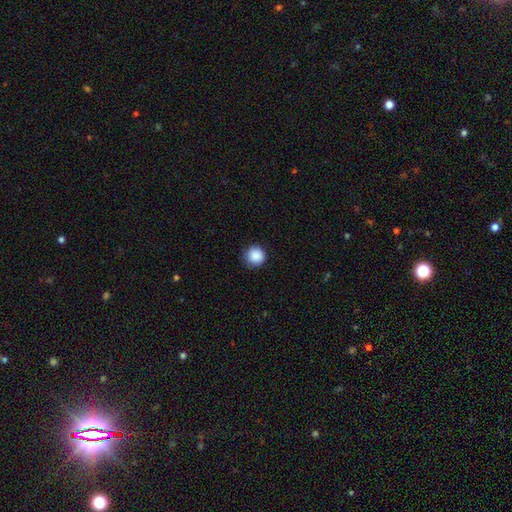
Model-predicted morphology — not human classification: This appears to be a smooth galaxy with no disk features (88%) that is round (95%). Merging: none (85%).